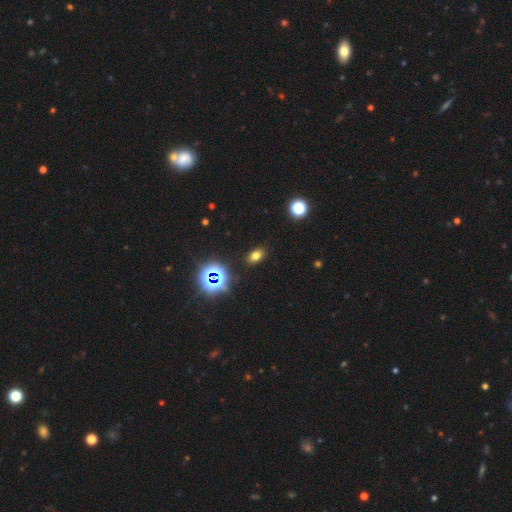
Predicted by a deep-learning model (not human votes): This appears to be a smooth galaxy with no disk features (69%) that is in between round and cigar-shaped (81%). Merging: none (88%).